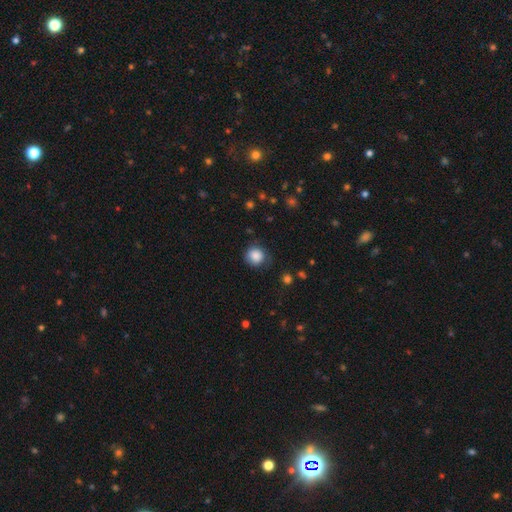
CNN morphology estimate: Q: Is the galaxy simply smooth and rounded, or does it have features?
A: smooth — 86%.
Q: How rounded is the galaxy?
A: round — 89%.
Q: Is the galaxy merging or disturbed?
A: none — 75%.